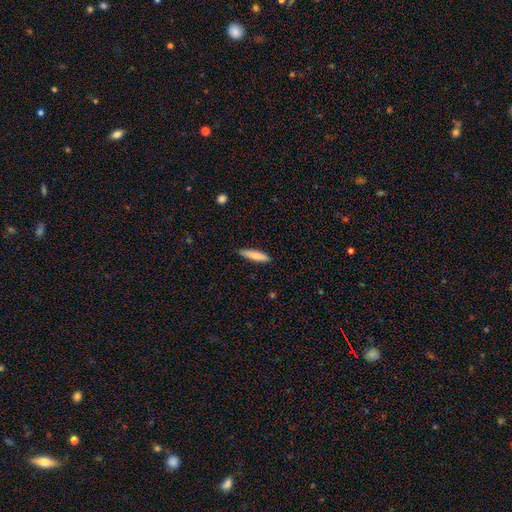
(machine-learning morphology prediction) A smooth galaxy with no disk features (81%) that is cigar-shaped (82%).

Vote fractions:
- Smooth or featured? smooth: 81% / featured or disk: 13% / star or artifact: 6%
- How rounded? cigar-shaped: 82% / in between: 16% / round: 1%
- Merging? none: 87% / minor disturbance: 10% / major disturbance: 2% / merger: 1%